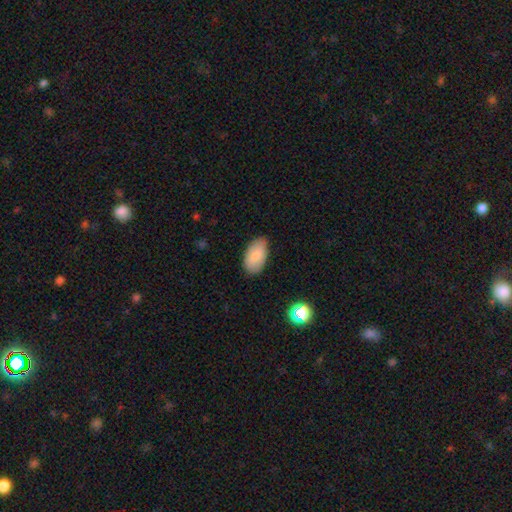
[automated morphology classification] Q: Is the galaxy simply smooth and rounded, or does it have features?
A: smooth — 82%.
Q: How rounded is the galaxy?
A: in between — 95%.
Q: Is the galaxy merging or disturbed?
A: none — 80%.